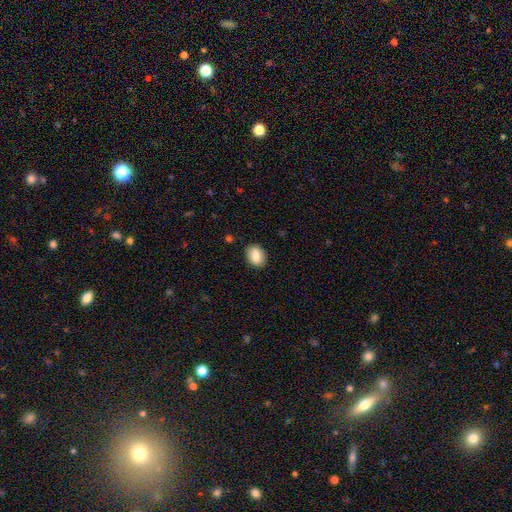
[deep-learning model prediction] Smooth or featured?
  - smooth: 81% *
  - featured or disk: 11%
  - star or artifact: 8%
How rounded?
  - in between: 69% *
  - round: 30%
  - cigar-shaped: 1%
Merging?
  - none: 87% *
  - minor disturbance: 9%
  - major disturbance: 2%
  - merger: 1%